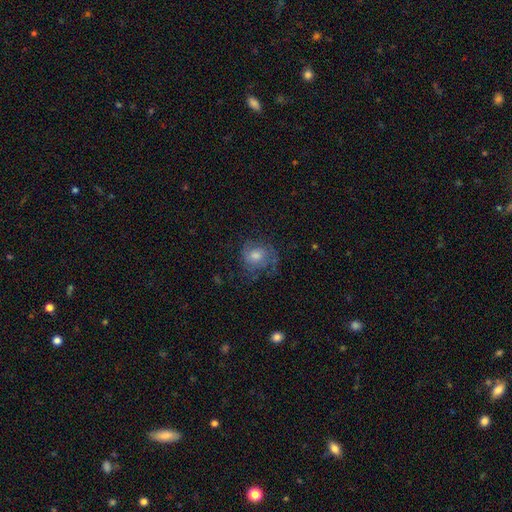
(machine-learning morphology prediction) smooth-or-featured: featured or disk: 46% | smooth: 41% | star or artifact: 13%
  merging: none: 59% | minor disturbance: 22% | major disturbance: 18% | merger: 1%